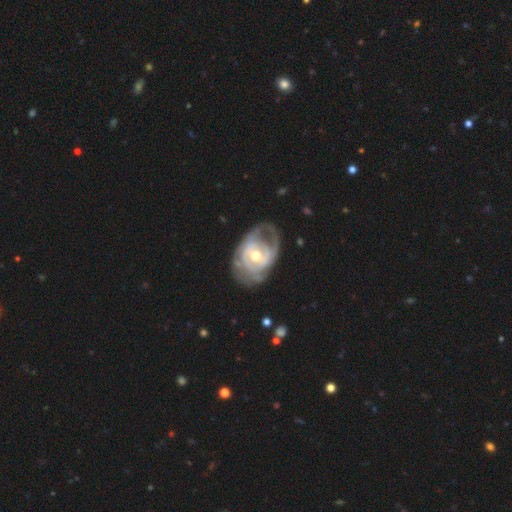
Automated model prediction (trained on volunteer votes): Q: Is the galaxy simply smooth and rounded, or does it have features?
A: featured or disk — 82%.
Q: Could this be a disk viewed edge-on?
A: no — 97%.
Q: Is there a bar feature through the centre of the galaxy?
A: no — 57%.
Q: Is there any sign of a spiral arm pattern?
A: yes — 82%.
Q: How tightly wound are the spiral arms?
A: tight — 54%.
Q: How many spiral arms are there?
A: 2 — 40%.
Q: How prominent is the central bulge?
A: moderate — 62%.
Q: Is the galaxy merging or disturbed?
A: none — 53%.